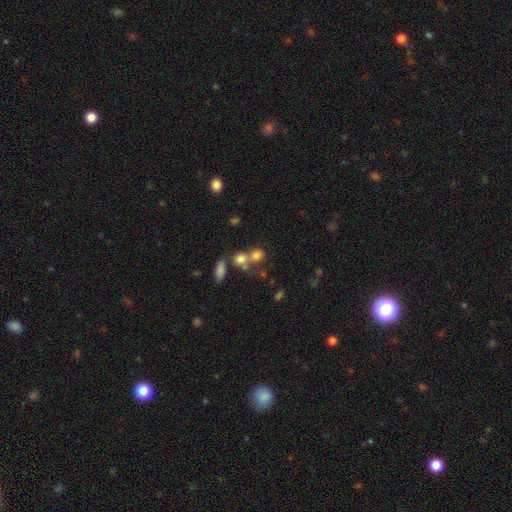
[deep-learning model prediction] smooth 74%, star or artifact 14%, featured or disk 12%. Down the decision tree: how rounded — round (73%); merging — merger (43%).